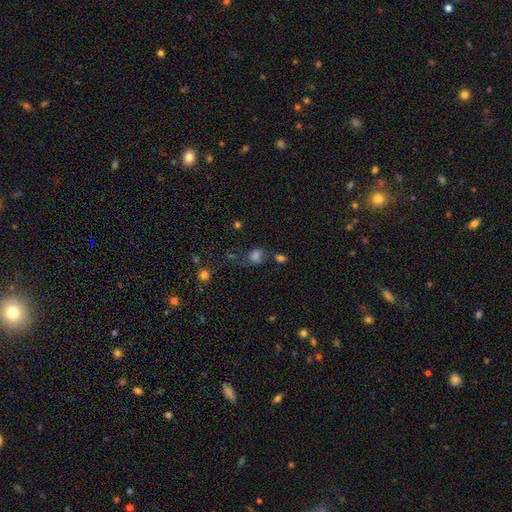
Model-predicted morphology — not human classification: smooth_or_featured: smooth (p=0.68) [alt: star or artifact p=0.19]
how_rounded: round (p=0.52) [alt: in between p=0.46]
merging: none (p=0.45) [alt: minor disturbance p=0.22]